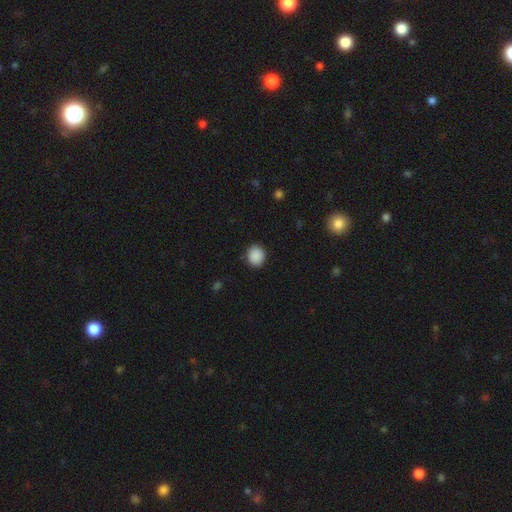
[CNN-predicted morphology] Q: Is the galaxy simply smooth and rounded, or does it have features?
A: smooth — 89%.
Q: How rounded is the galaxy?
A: round — 74%.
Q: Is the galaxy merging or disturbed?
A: none — 88%.